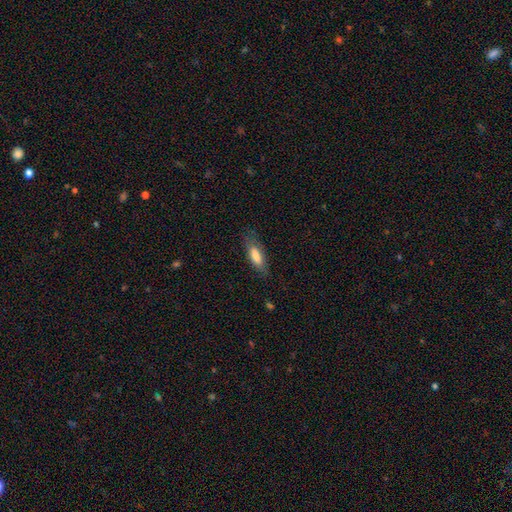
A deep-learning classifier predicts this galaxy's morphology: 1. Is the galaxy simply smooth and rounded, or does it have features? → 74% smooth, 19% featured or disk, 7% star or artifact.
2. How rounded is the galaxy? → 58% in between, 41% cigar-shaped, 2% round.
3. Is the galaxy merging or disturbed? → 74% none, 19% minor disturbance, 6% major disturbance, 1% merger.